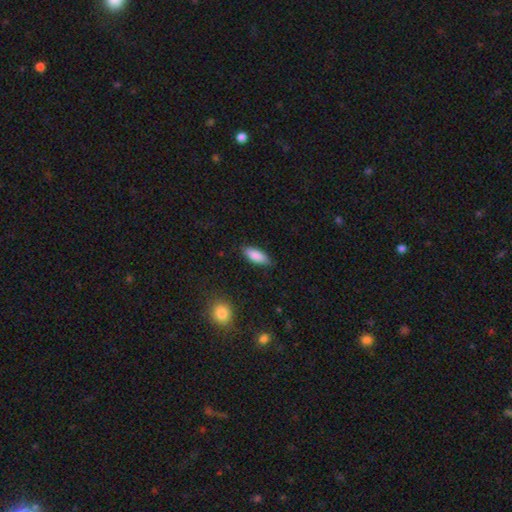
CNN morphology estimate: smooth 86%, featured or disk 8%, star or artifact 6%. Down the decision tree: how rounded — in between (78%); merging — none (86%).